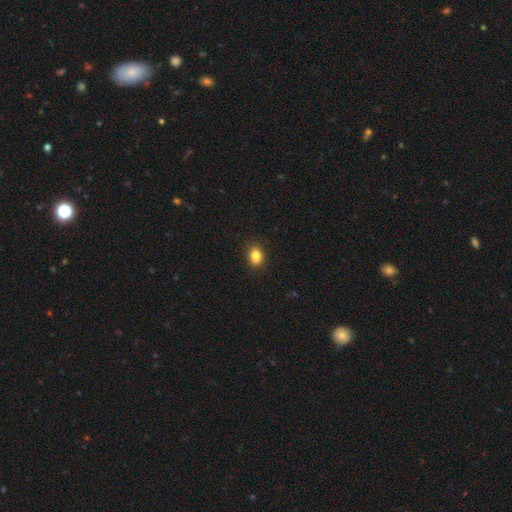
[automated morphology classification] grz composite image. It shows a smooth galaxy with no disk features (83%) that is in between round and cigar-shaped (68%). Merging: none (81%).